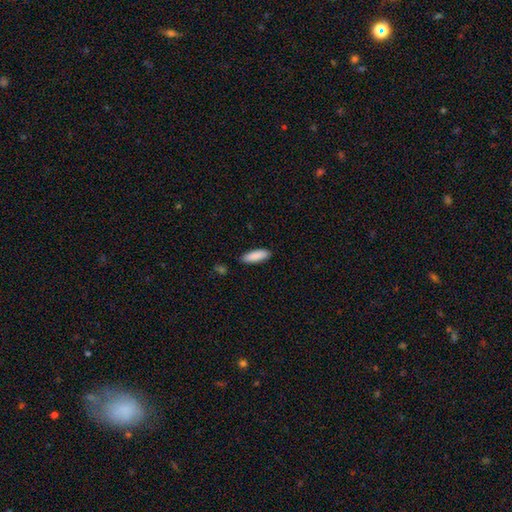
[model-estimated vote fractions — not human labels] Smooth or featured? smooth (89%)
How rounded? in between (56%)
Merging? none (87%)